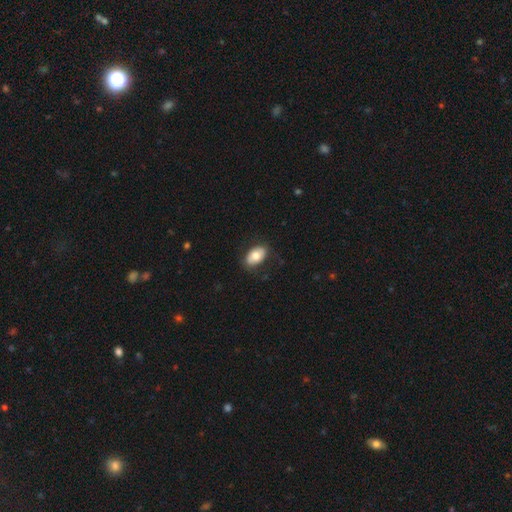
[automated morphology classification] A smooth galaxy with no disk features (77%) that is in between round and cigar-shaped (91%).

Vote fractions:
- Smooth or featured? smooth: 77% / featured or disk: 17% / star or artifact: 7%
- How rounded? in between: 91% / round: 8% / cigar-shaped: 1%
- Merging? none: 82% / minor disturbance: 13% / major disturbance: 3% / merger: 1%